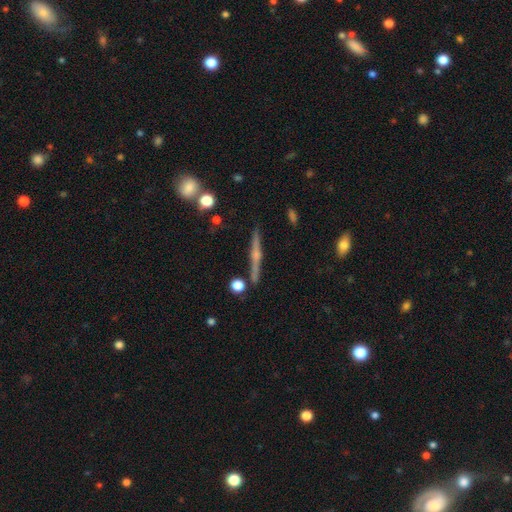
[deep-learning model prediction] Smooth or featured: featured or disk — 77% (smooth — 16%)
Edge-on disk: yes — 98% (no — 2%)
Edge-on bulge: rounded — 85% (none — 8%)
Merging: none — 89% (minor disturbance — 7%)